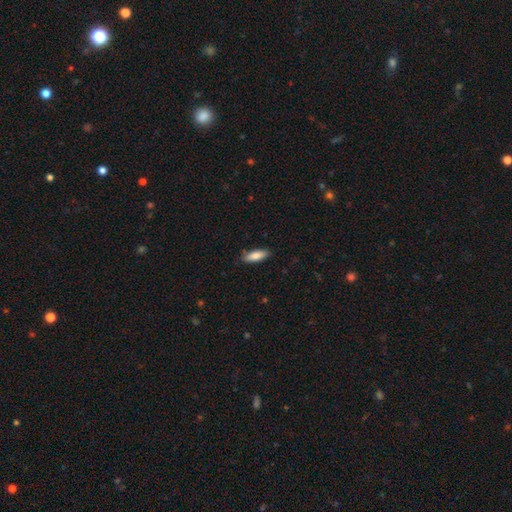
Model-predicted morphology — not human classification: This is clearly a smooth galaxy (83%). How rounded: likely in between (62%). Merging: clearly none (85%).